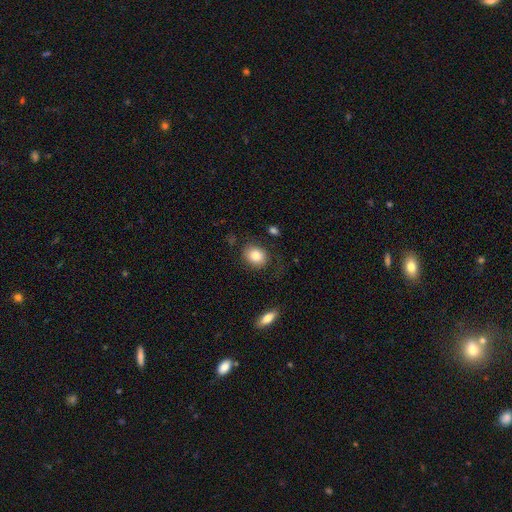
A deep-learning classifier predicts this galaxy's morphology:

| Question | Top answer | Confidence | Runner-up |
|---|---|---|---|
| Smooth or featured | smooth | 82% | featured or disk (10%) |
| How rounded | round | 59% | in between (40%) |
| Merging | none | 78% | minor disturbance (14%) |